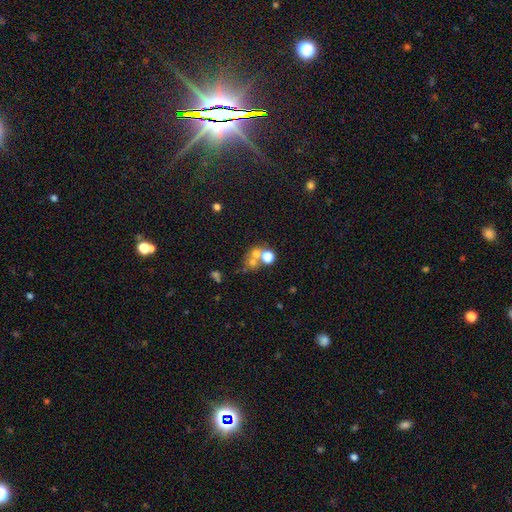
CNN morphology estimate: type=smooth (59%); roundness=round (78%); merging=merger (50%).